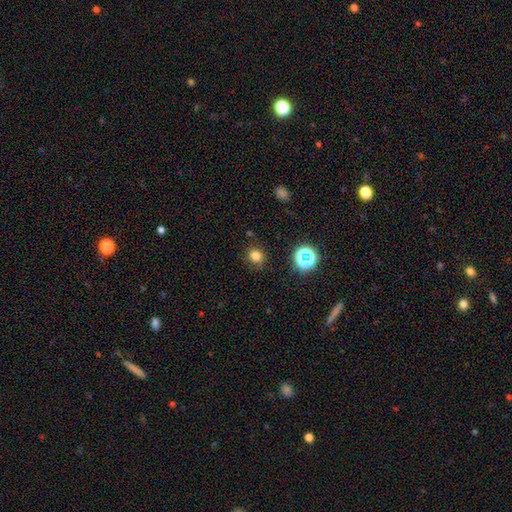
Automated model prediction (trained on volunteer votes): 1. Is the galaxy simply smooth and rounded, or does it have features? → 77% smooth, 18% star or artifact, 5% featured or disk.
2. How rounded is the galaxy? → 72% round, 27% in between, 1% cigar-shaped.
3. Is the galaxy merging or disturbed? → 86% none, 9% minor disturbance, 3% major disturbance, 2% merger.